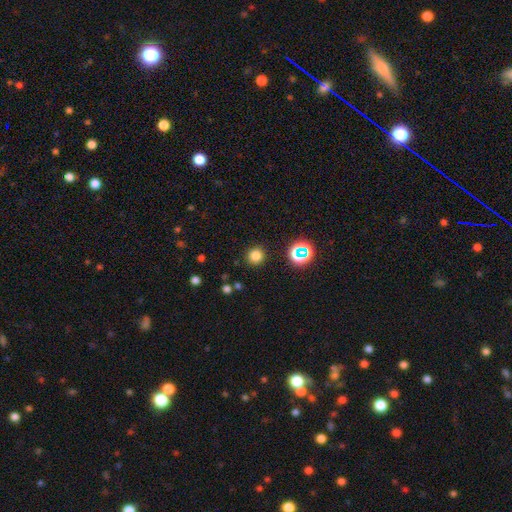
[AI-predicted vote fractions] Smooth or featured?
  - smooth: 76% *
  - star or artifact: 18%
  - featured or disk: 5%
How rounded?
  - round: 93% *
  - in between: 6%
  - cigar-shaped: 1%
Merging?
  - none: 89% *
  - minor disturbance: 6%
  - major disturbance: 3%
  - merger: 2%